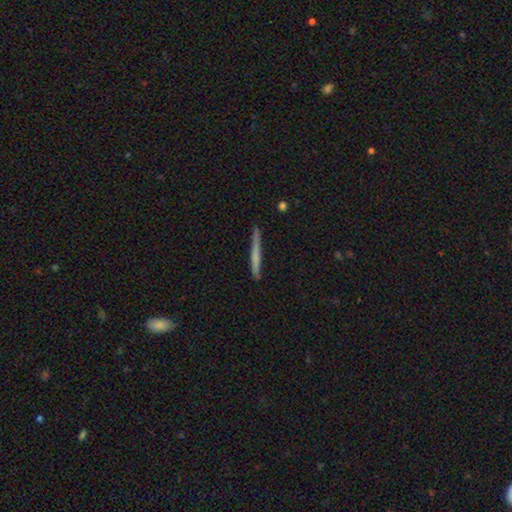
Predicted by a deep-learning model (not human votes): smooth_or_featured: smooth (p=0.55) [alt: featured or disk p=0.40]
how_rounded: cigar-shaped (p=0.97) [alt: in between p=0.02]
merging: none (p=0.89) [alt: minor disturbance p=0.08]